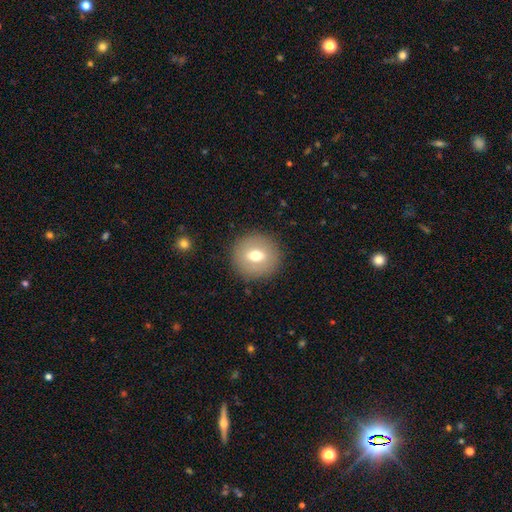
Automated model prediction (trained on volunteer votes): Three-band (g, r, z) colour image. It shows a smooth galaxy with no disk features (64%) that is round (89%). Merging: none (88%).